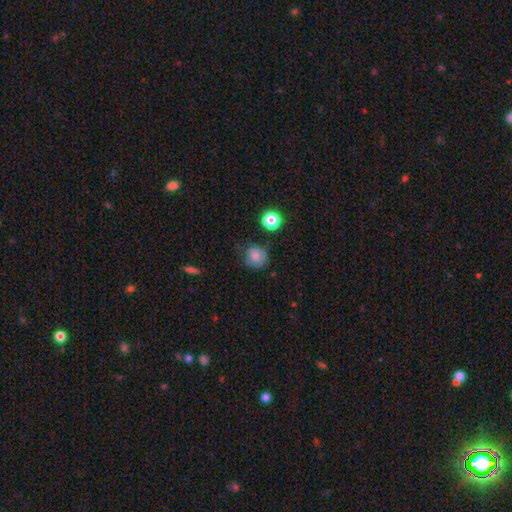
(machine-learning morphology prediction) A smooth galaxy with no disk features (78%) that is round (85%). Merging: none (66%).